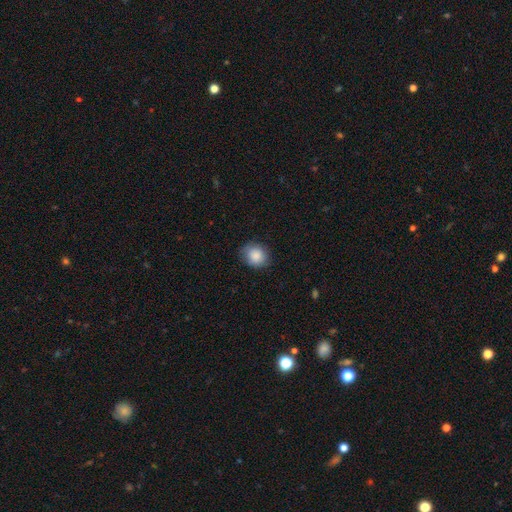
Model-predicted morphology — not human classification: smooth-or-featured: smooth: 87% | star or artifact: 8% | featured or disk: 5%
  how-rounded: round: 67% | in between: 32% | cigar-shaped: 1%
  merging: none: 81% | minor disturbance: 15% | major disturbance: 3% | merger: 1%